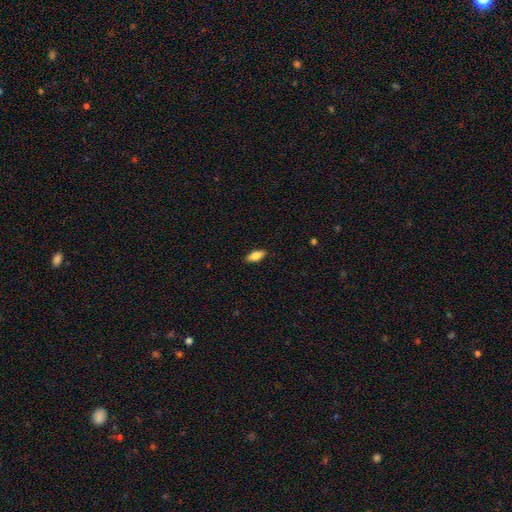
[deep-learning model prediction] Smooth or featured: smooth — 77% (featured or disk — 17%)
How rounded: in between — 81% (cigar-shaped — 16%)
Merging: none — 88% (minor disturbance — 9%)